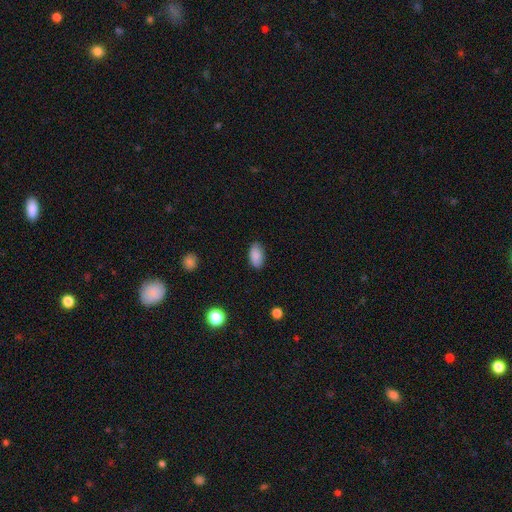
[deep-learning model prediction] smooth_or_featured: smooth (p=0.88) [alt: star or artifact p=0.08]
how_rounded: in between (p=0.92) [alt: round p=0.04]
merging: none (p=0.84) [alt: minor disturbance p=0.12]